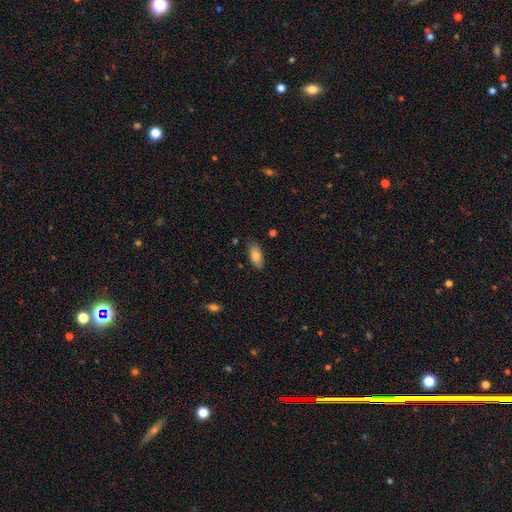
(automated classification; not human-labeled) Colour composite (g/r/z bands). It shows a smooth galaxy with no disk features (78%) that is in between round and cigar-shaped (88%). Merging: none (84%).